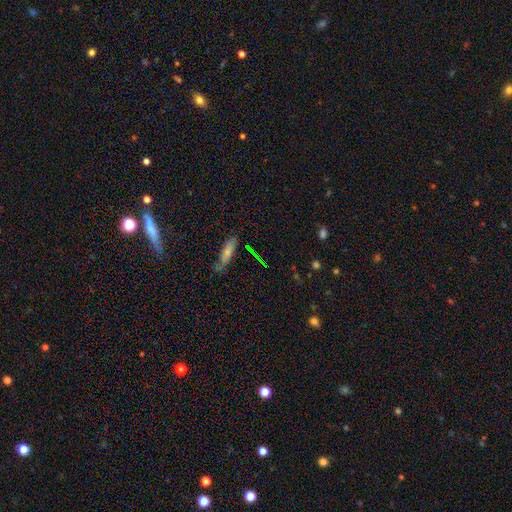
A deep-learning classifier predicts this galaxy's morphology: This appears to be a smooth galaxy with no disk features (52%) that is cigar-shaped (51%). Merging: none (78%).